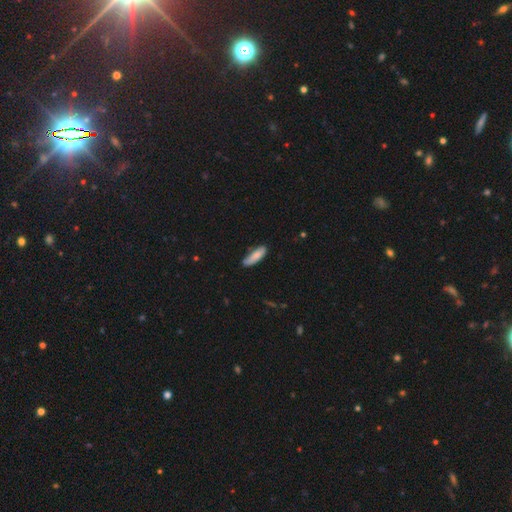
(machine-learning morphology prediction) smooth 83%, featured or disk 11%, star or artifact 6%. Down the decision tree: how rounded — cigar-shaped (52%); merging — none (72%).